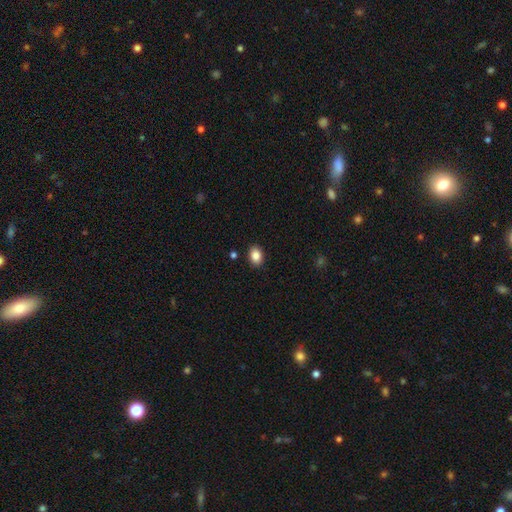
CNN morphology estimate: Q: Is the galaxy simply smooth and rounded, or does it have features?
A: smooth — 86%.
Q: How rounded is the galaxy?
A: in between — 68%.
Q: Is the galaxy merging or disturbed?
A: none — 89%.